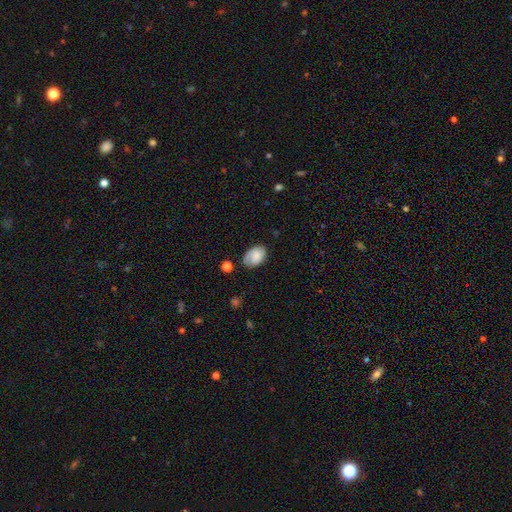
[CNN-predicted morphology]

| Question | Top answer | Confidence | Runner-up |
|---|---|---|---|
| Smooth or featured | smooth | 69% | featured or disk (23%) |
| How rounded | in between | 84% | round (15%) |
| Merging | none | 62% | minor disturbance (26%) |